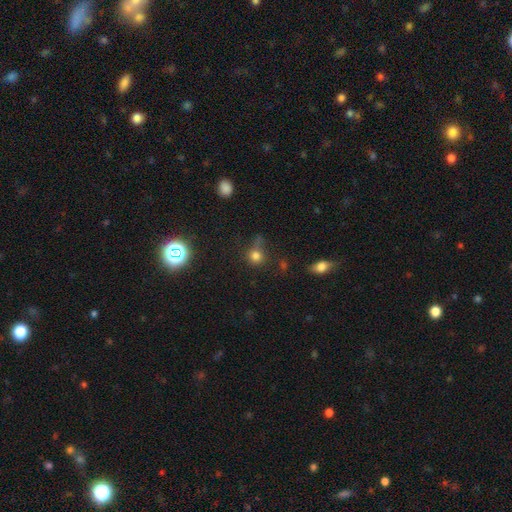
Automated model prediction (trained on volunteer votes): Q: Smooth or featured?
A: smooth (74%); runner-up: star or artifact (18%)
Q: How rounded?
A: round (87%); runner-up: in between (11%)
Q: Merging?
A: none (62%); runner-up: minor disturbance (19%)